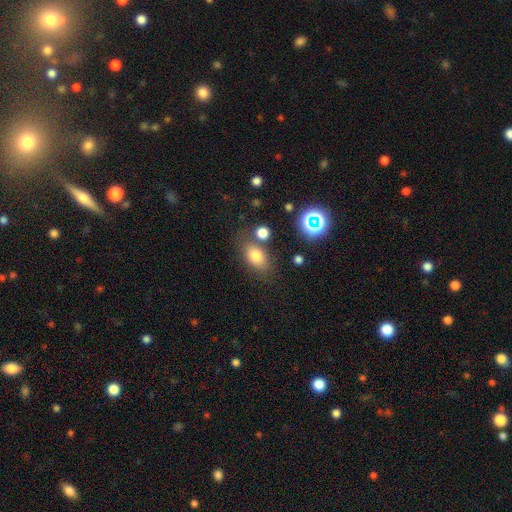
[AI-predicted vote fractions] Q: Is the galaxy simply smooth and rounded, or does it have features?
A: smooth — 76%.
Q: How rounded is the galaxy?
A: in between — 79%.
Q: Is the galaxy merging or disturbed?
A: none — 69%.